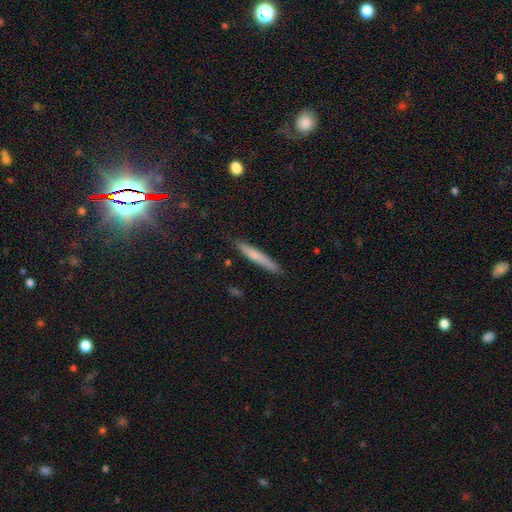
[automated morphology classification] The model was most divided on "smooth or featured": smooth: 67%, featured or disk: 26%, star or artifact: 7%. More confident: how rounded — cigar-shaped (95%); merging — none (88%).